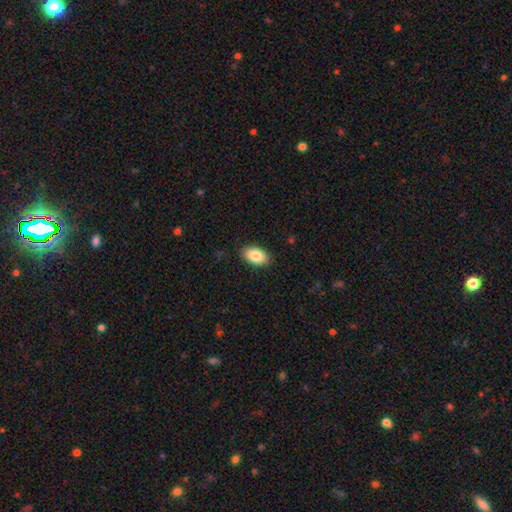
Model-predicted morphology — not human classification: This is clearly a smooth galaxy (84%). How rounded: clearly in between (93%). Merging: clearly none (88%).